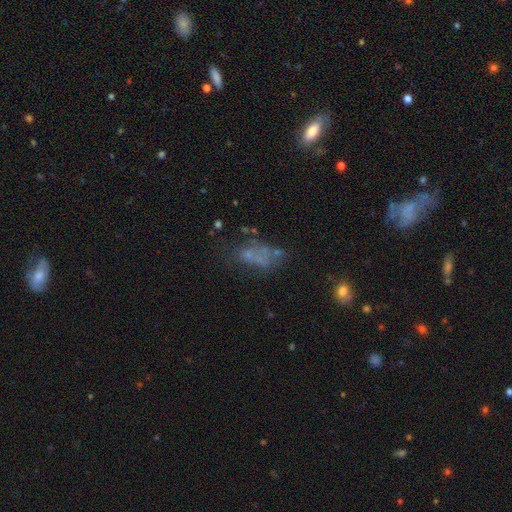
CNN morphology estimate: Smooth or featured: smooth — 39% (featured or disk — 38%)
Merging: none — 39% (major disturbance — 25%)